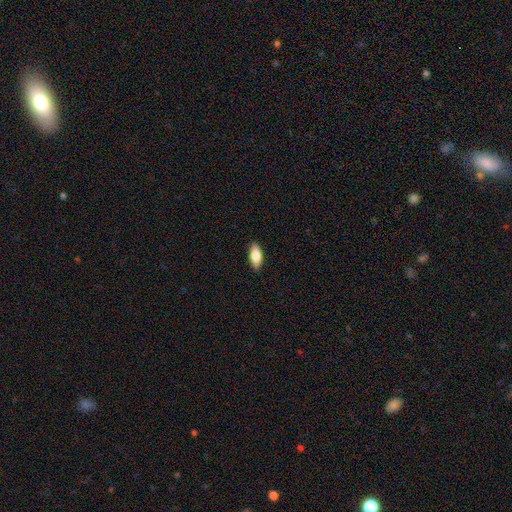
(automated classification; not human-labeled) Morphology: type=smooth (76%); roundness=in between (80%); merging=none (88%).